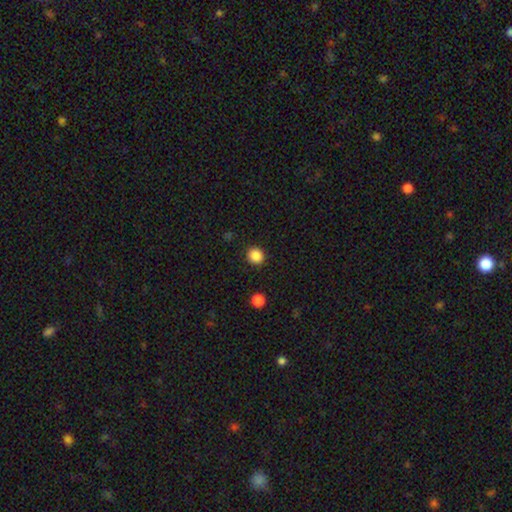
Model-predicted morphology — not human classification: Smooth or featured? smooth (86%)
How rounded? round (89%)
Merging? none (91%)